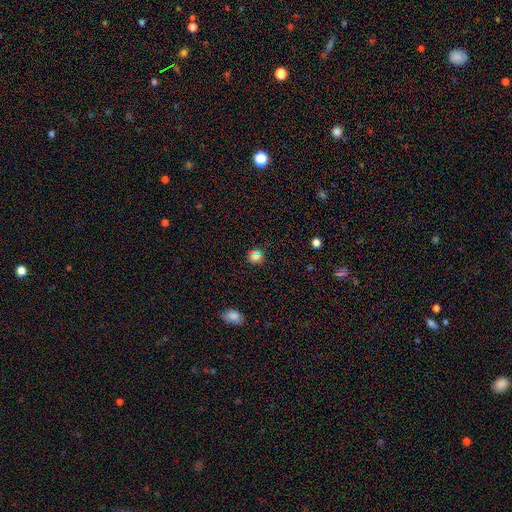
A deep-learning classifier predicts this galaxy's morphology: Smooth or featured?
  - smooth: 68% *
  - star or artifact: 25%
  - featured or disk: 7%
How rounded?
  - round: 86% *
  - in between: 13%
  - cigar-shaped: 1%
Merging?
  - none: 85% *
  - minor disturbance: 9%
  - major disturbance: 3%
  - merger: 3%